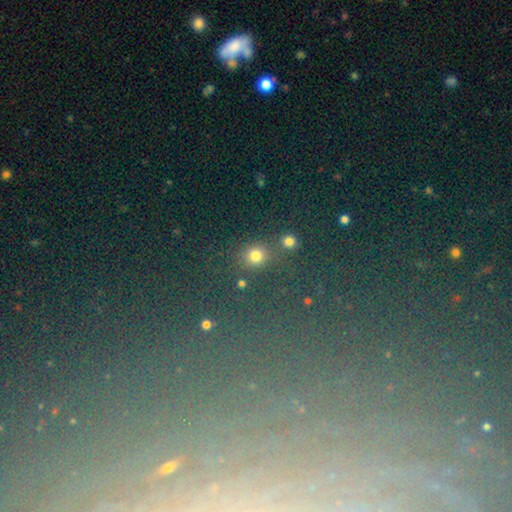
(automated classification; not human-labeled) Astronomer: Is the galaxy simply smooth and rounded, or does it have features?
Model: smooth — 73%.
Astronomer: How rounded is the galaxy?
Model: round — 85%.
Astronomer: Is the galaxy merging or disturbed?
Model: none — 72%.